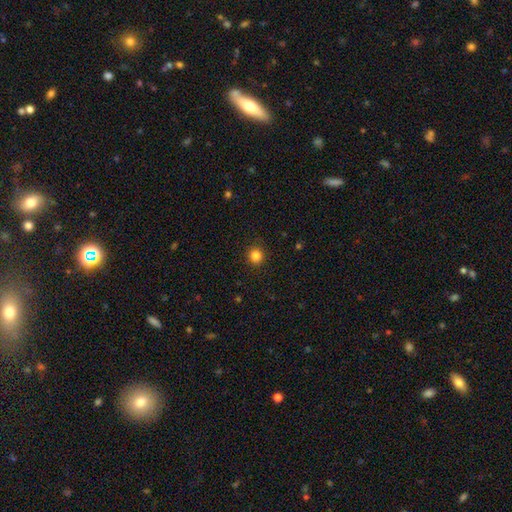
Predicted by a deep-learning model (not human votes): Smooth or featured? Predicted: smooth (p=0.84). How rounded? Predicted: round (p=0.91). Merging? Predicted: none (p=0.91).